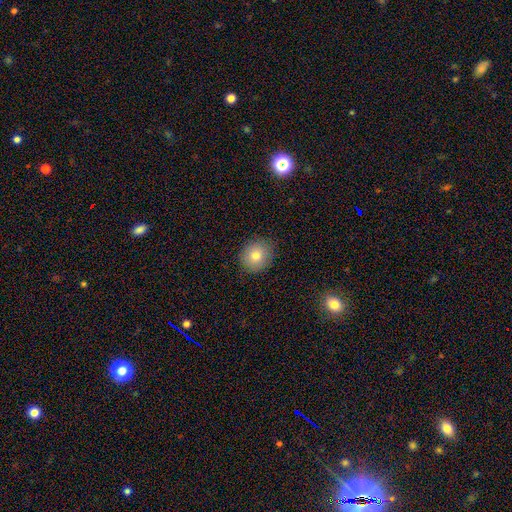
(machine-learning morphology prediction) Smooth or featured: smooth — 78% (featured or disk — 12%)
How rounded: round — 79% (in between — 20%)
Merging: none — 87% (minor disturbance — 10%)